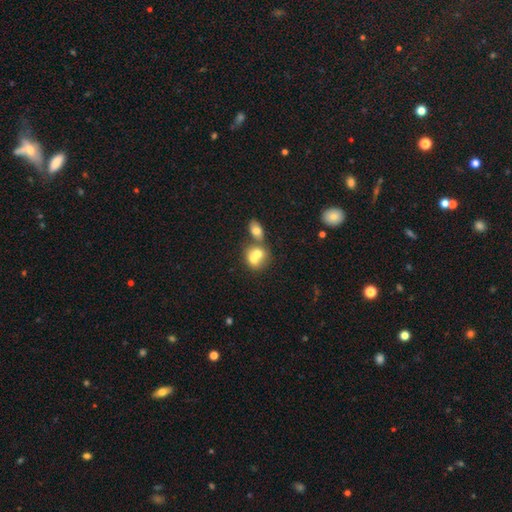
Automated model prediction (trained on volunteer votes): This is likely a smooth galaxy (67%). How rounded: possibly round (57%). Merging: likely merger (69%).